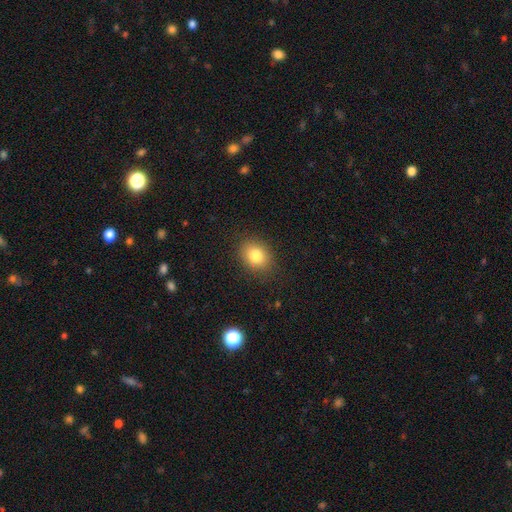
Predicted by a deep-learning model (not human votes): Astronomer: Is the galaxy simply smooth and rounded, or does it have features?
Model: smooth — 81%.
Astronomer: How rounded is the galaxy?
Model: in between — 51% (runner-up: round, 48%).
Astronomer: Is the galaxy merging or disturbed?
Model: none — 86%.